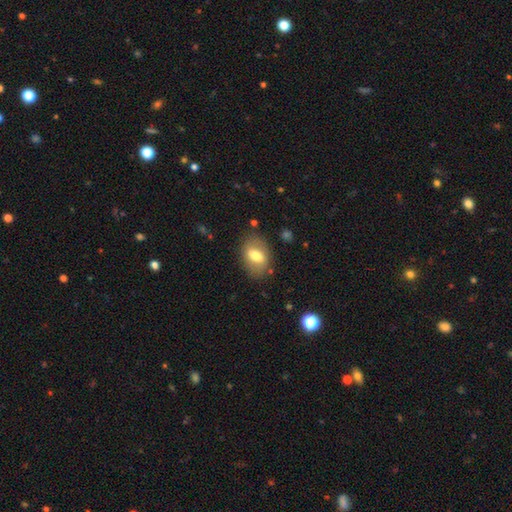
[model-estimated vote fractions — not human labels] Smooth or featured: smooth — 67% (featured or disk — 26%)
How rounded: in between — 82% (round — 16%)
Merging: none — 78% (minor disturbance — 14%)